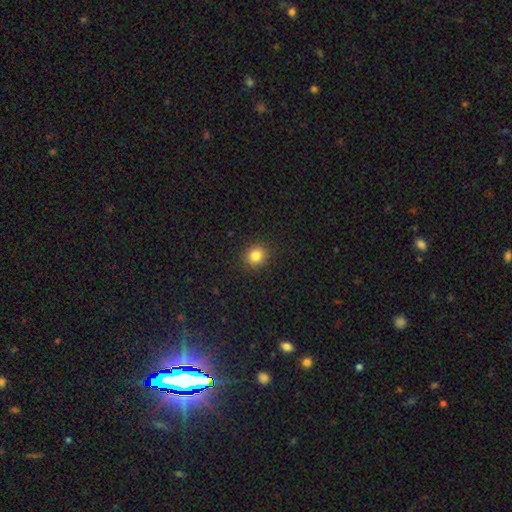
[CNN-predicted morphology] type=smooth (84%); roundness=round (85%); merging=none (91%).